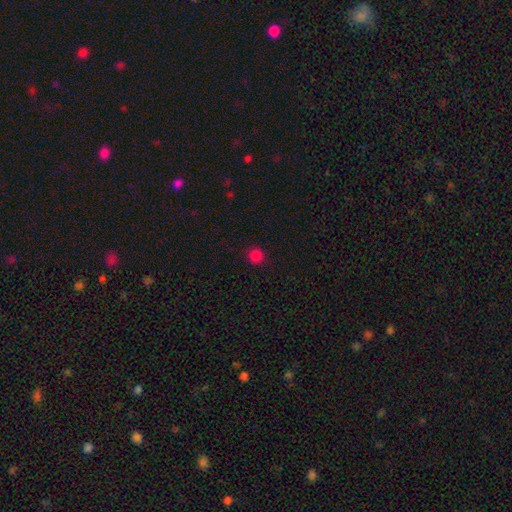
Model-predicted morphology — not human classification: smooth-or-featured: smooth: 82% | star or artifact: 15% | featured or disk: 3%
  how-rounded: round: 94% | in between: 5% | cigar-shaped: 1%
  merging: none: 91% | minor disturbance: 6% | major disturbance: 2% | merger: 1%